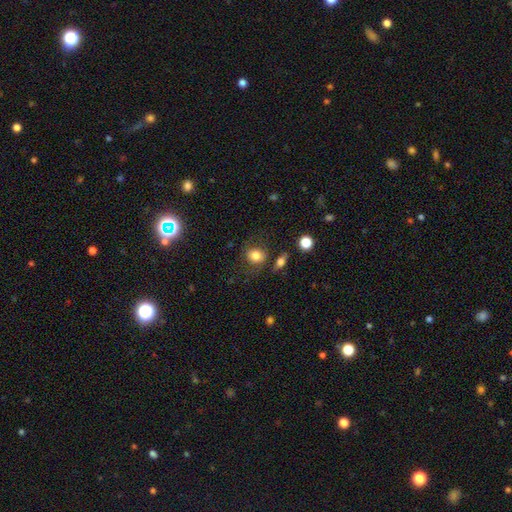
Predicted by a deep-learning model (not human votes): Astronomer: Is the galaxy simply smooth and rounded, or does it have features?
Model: smooth — 79%.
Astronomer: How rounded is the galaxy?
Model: round — 68%.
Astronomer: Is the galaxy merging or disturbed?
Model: none — 69%.